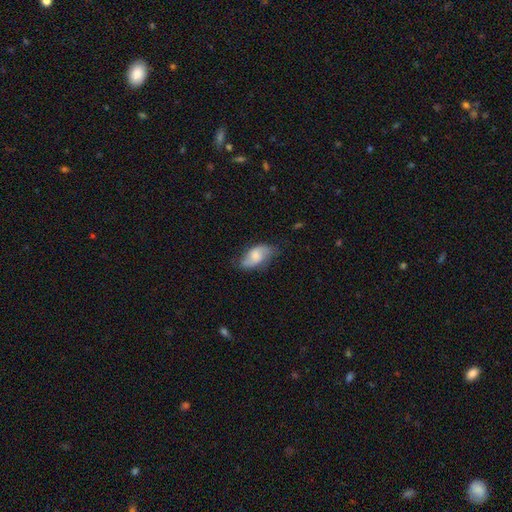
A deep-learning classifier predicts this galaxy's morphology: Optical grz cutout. It shows a smooth galaxy with no disk features (51%) that is in between round and cigar-shaped (91%). Merging: none (58%).